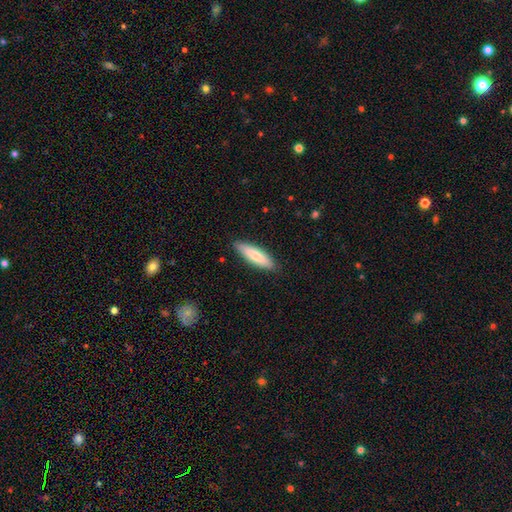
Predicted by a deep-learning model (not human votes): Smooth or featured: smooth — 75% (featured or disk — 19%)
How rounded: cigar-shaped — 67% (in between — 32%)
Merging: none — 88% (minor disturbance — 10%)